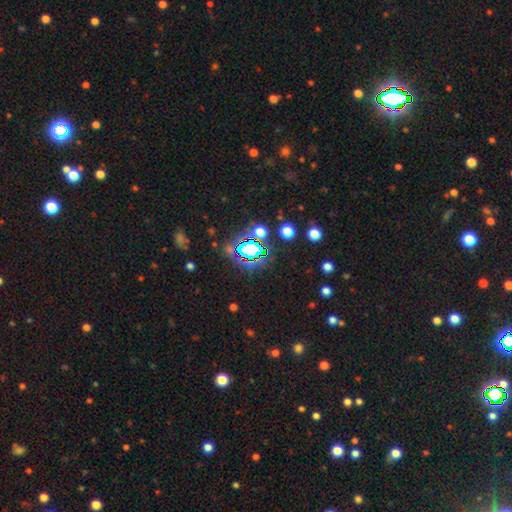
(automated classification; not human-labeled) The model was most divided on "smooth or featured": star or artifact: 69%, smooth: 21%, featured or disk: 10%.